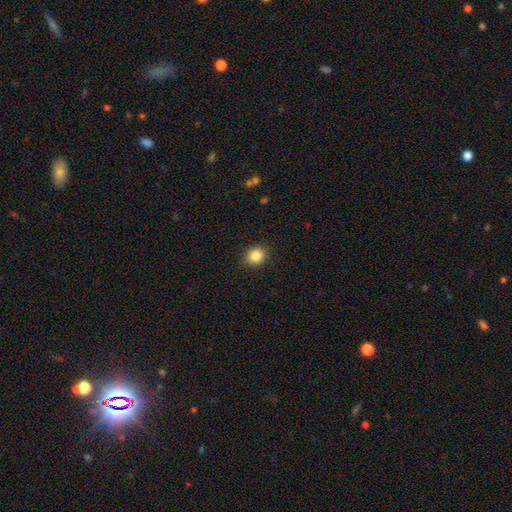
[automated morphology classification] Smooth or featured: smooth — 84% (star or artifact — 10%)
How rounded: round — 71% (in between — 28%)
Merging: none — 90% (minor disturbance — 7%)